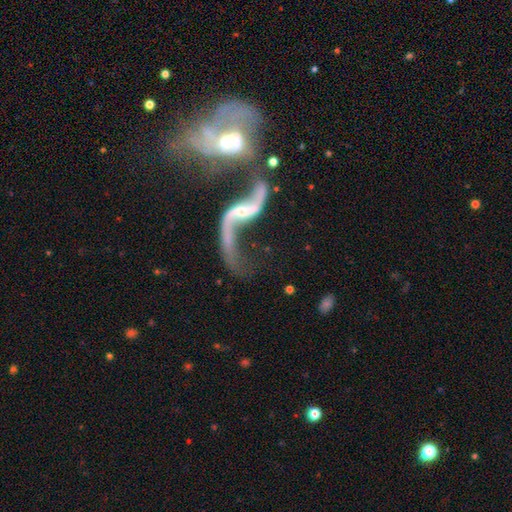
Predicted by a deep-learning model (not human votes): A featured or disk galaxy (81%) with no bar (47%), 2 (79%) loose (89%) spiral arms (85%) and a small central bulge (47%). Merging: merger (61%).